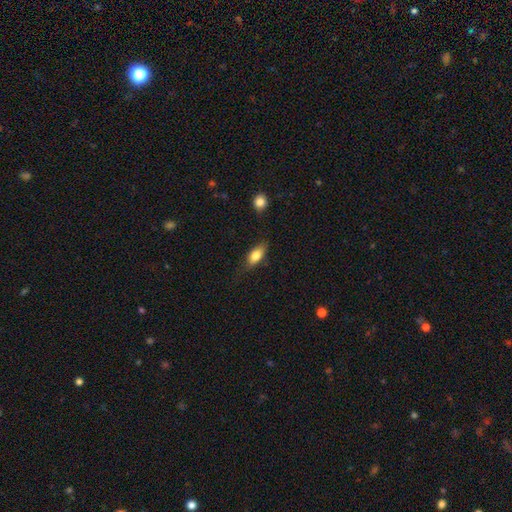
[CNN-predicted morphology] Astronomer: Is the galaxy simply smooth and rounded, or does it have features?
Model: smooth — 79%.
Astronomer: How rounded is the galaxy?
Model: in between — 82%.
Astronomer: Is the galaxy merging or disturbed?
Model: none — 71%.